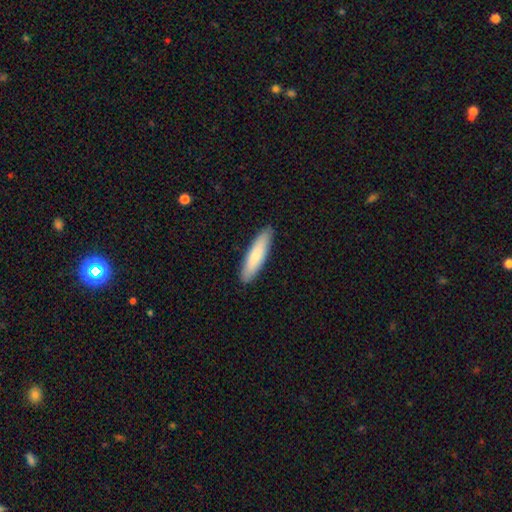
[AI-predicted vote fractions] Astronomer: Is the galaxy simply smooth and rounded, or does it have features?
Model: smooth — 79%.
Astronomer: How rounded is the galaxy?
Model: cigar-shaped — 76%.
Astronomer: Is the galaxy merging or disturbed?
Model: none — 90%.